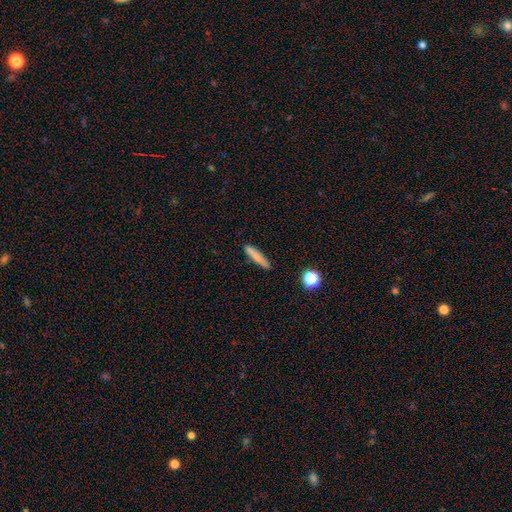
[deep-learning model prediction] Smooth or featured?
  - smooth: 76% *
  - featured or disk: 16%
  - star or artifact: 8%
How rounded?
  - cigar-shaped: 90% *
  - in between: 8%
  - round: 2%
Merging?
  - none: 84% *
  - minor disturbance: 11%
  - major disturbance: 2%
  - merger: 2%